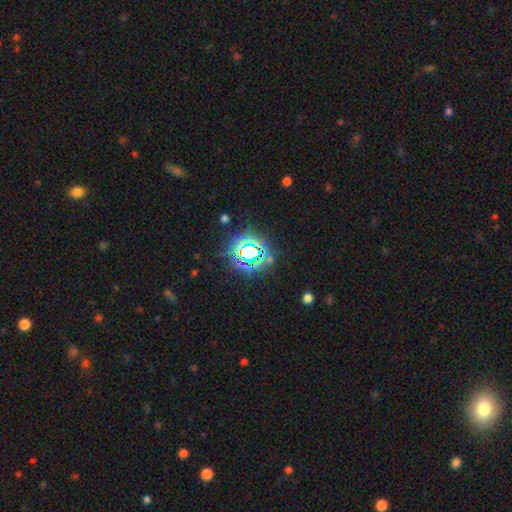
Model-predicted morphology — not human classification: A star or artifact, not a galaxy (74%).